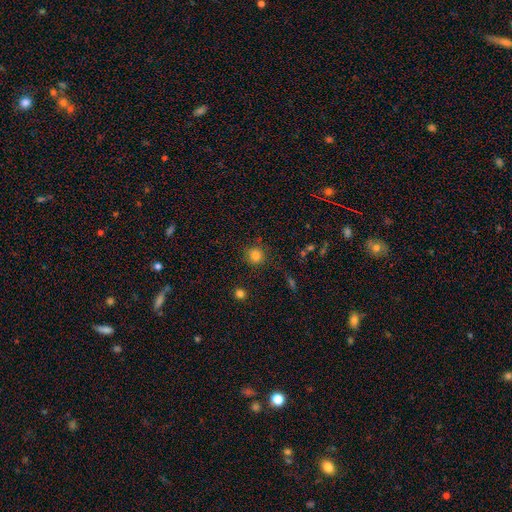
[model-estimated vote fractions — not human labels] Smooth or featured?
  - smooth: 83% *
  - star or artifact: 13%
  - featured or disk: 5%
How rounded?
  - round: 90% *
  - in between: 9%
  - cigar-shaped: 1%
Merging?
  - none: 86% *
  - minor disturbance: 9%
  - major disturbance: 3%
  - merger: 2%